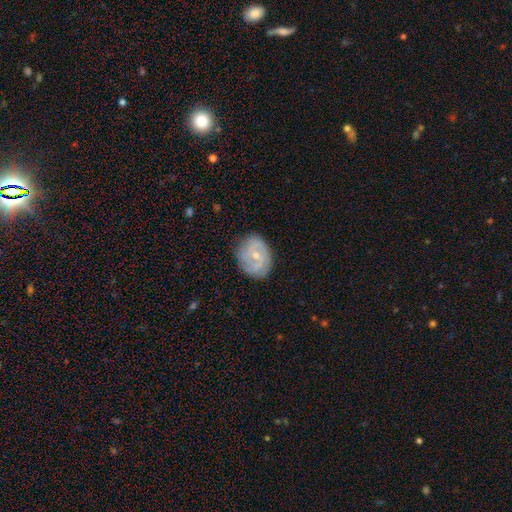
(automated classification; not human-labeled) featured or disk 66%, smooth 27%, star or artifact 7%. Down the decision tree: edge-on disk — no (97%); bar — no (57%); spiral arms — yes (77%); bulge size — small (56%); merging — none (77%).